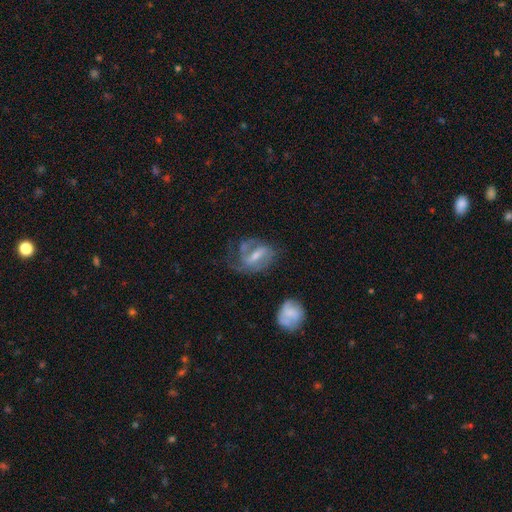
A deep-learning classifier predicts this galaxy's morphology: The model was most divided on "bulge size": small: 45%, moderate: 43%, none: 7%, large: 4%, dominant: 1%. Remaining: edge-on disk — no (94%); spiral arms — yes (80%); smooth or featured — featured or disk (71%); spiral arm count — 2 (51%); bar — strong (44%); spiral winding — medium (43%); merging — none (43%).